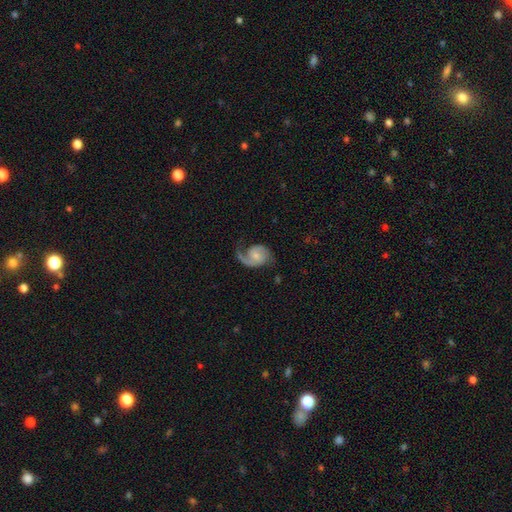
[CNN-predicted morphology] Smooth or featured: featured or disk — 84% (smooth — 11%)
Edge-on disk: no — 98% (yes — 2%)
Bar: no — 64% (weak — 30%)
Spiral arms: yes — 96% (no — 4%)
Spiral winding: medium — 45% (loose — 35%)
Spiral arm count: 2 — 58% (1 — 37%)
Bulge size: small — 54% (moderate — 36%)
Merging: none — 57% (minor disturbance — 21%)